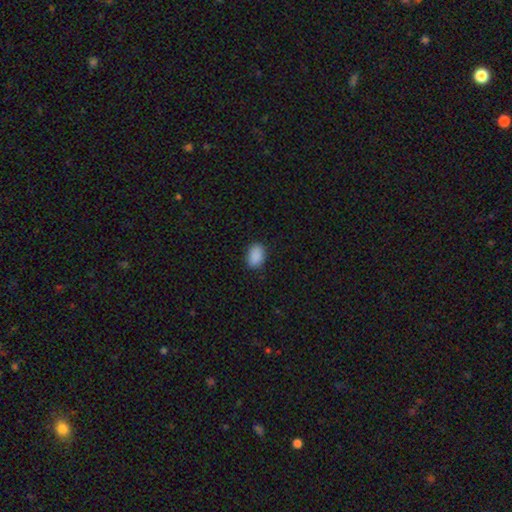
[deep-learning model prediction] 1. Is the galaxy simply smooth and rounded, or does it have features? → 90% smooth, 8% star or artifact, 3% featured or disk.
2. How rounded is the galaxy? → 86% in between, 12% round, 1% cigar-shaped.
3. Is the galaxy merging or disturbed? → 86% none, 11% minor disturbance, 2% major disturbance, 1% merger.